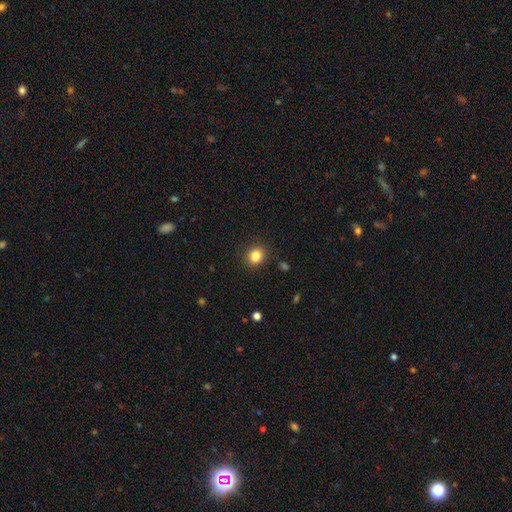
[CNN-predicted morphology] Smooth or featured: smooth — 84% (star or artifact — 11%)
How rounded: round — 75% (in between — 24%)
Merging: none — 88% (minor disturbance — 8%)